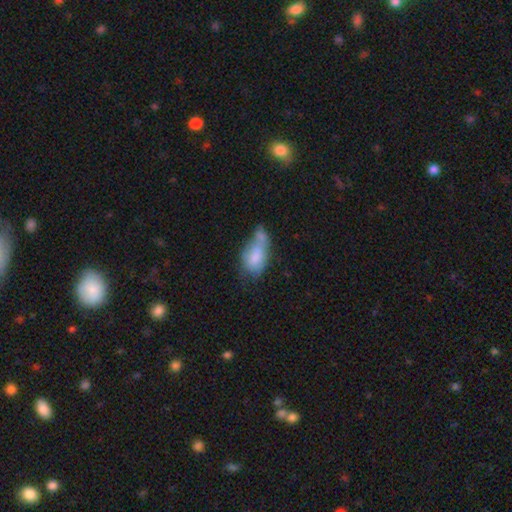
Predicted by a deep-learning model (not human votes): A smooth galaxy with no disk features (70%) that is in between round and cigar-shaped (88%). Merging: merger (41%).